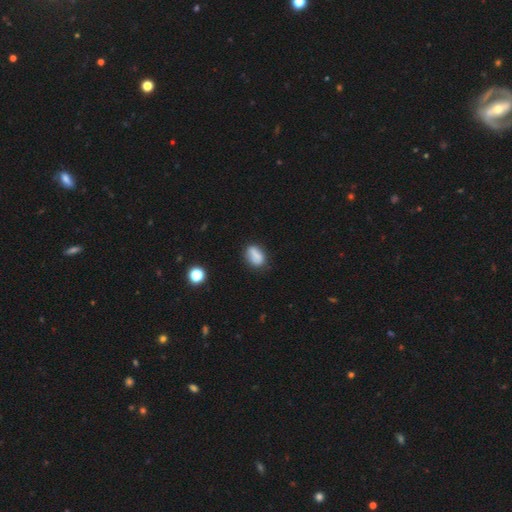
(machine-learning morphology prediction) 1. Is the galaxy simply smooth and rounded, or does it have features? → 79% smooth, 11% featured or disk, 10% star or artifact.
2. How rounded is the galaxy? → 80% in between, 16% round, 4% cigar-shaped.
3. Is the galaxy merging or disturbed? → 72% none, 20% minor disturbance, 5% major disturbance, 4% merger.